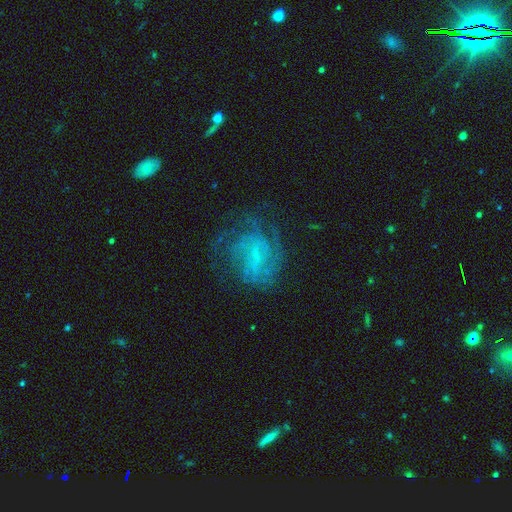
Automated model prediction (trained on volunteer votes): Smooth or featured?
  - featured or disk: 70% *
  - smooth: 18%
  - star or artifact: 12%
Edge-on disk?
  - no: 97% *
  - yes: 3%
Bar?
  - weak: 48% *
  - no: 40%
  - strong: 12%
Spiral arms?
  - yes: 81% *
  - no: 19%
Spiral winding?
  - tight: 46% *
  - medium: 38%
  - loose: 16%
Spiral arm count?
  - can't tell: 49% *
  - 2: 15%
  - 3: 15%
  - 4: 9%
  - 1: 6%
  - more than 4: 5%
Bulge size?
  - small: 50% *
  - none: 37%
  - moderate: 11%
  - large: 2%
  - dominant: 1%
Merging?
  - none: 58% *
  - major disturbance: 21%
  - minor disturbance: 19%
  - merger: 2%